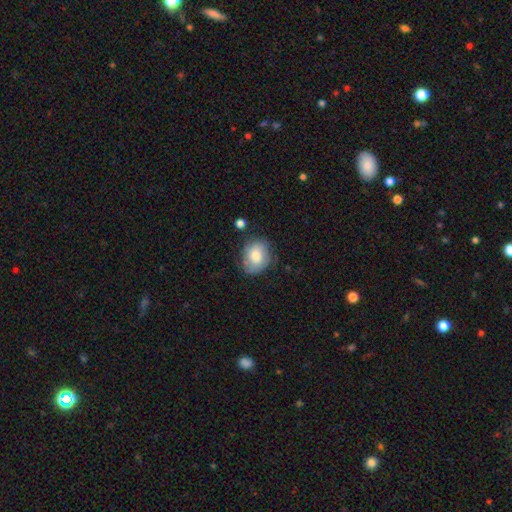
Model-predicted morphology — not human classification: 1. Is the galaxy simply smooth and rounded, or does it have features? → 67% smooth, 25% featured or disk, 7% star or artifact.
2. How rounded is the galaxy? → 53% round, 46% in between, 1% cigar-shaped.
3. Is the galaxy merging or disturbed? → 68% none, 23% minor disturbance, 7% major disturbance, 3% merger.